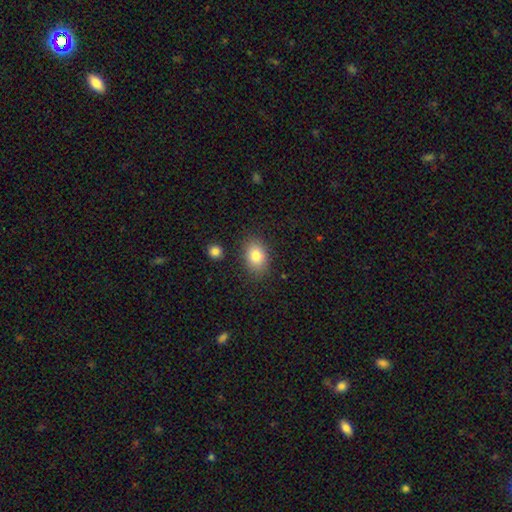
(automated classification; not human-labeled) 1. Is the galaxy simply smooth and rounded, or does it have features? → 82% smooth, 9% star or artifact, 9% featured or disk.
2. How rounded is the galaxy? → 76% in between, 23% round, 1% cigar-shaped.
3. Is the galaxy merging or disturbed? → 83% none, 11% minor disturbance, 3% major disturbance, 3% merger.